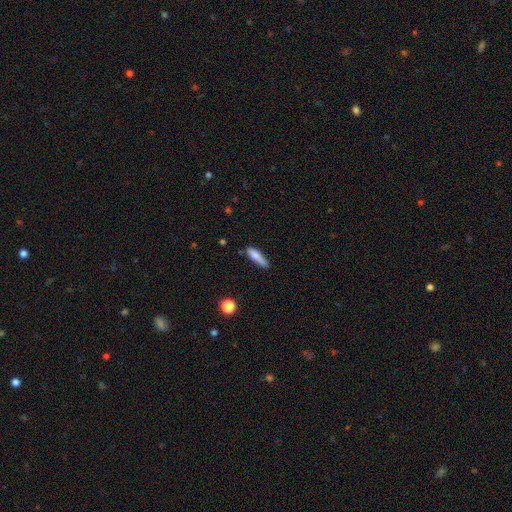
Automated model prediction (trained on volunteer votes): smooth-or-featured: smooth: 75% | featured or disk: 18% | star or artifact: 7%
  how-rounded: cigar-shaped: 71% | in between: 27% | round: 2%
  merging: none: 61% | minor disturbance: 29% | major disturbance: 7% | merger: 4%